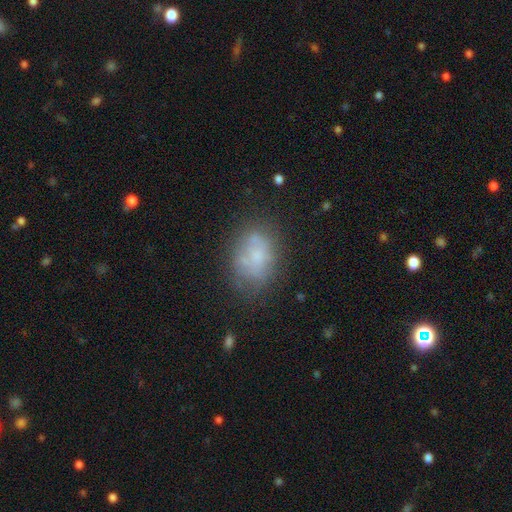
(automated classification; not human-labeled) Smooth or featured? smooth (53%)
How rounded? in between (72%)
Merging? none (55%)